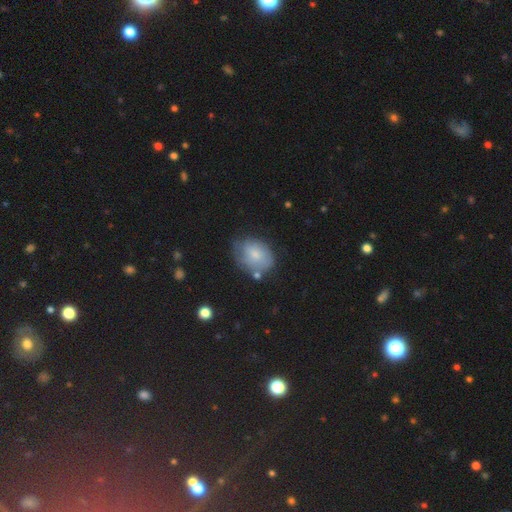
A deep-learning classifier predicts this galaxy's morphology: smooth 66%, featured or disk 27%, star or artifact 8%. Down the decision tree: how rounded — in between (62%); merging — none (55%).